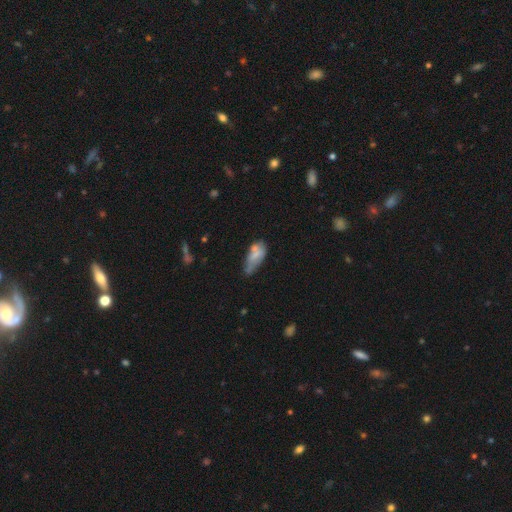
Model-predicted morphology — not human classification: Smooth or featured? smooth (61%)
How rounded? in between (84%)
Merging? minor disturbance (37%)